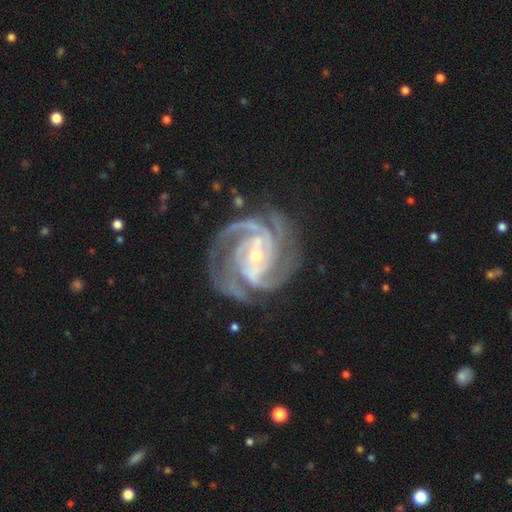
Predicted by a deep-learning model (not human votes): Smooth or featured?
  - featured or disk: 93% *
  - star or artifact: 4%
  - smooth: 3%
Edge-on disk?
  - no: 98% *
  - yes: 2%
Bar?
  - no: 40% *
  - weak: 34%
  - strong: 26%
Spiral arms?
  - yes: 99% *
  - no: 1%
Spiral winding?
  - tight: 61% *
  - medium: 35%
  - loose: 4%
Spiral arm count?
  - 3: 43% *
  - 4: 24%
  - 2: 14%
  - can't tell: 8%
  - more than 4: 6%
  - 1: 5%
Bulge size?
  - small: 66% *
  - moderate: 30%
  - large: 2%
  - none: 1%
  - dominant: 1%
Merging?
  - none: 72% *
  - minor disturbance: 17%
  - major disturbance: 9%
  - merger: 2%